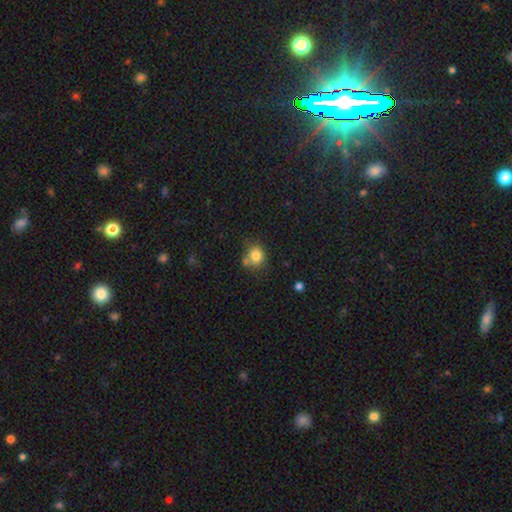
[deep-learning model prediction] A smooth galaxy with no disk features (81%) that is round (74%).

Vote fractions:
- Smooth or featured? smooth: 81% / star or artifact: 11% / featured or disk: 8%
- How rounded? round: 74% / in between: 26% / cigar-shaped: 1%
- Merging? none: 60% / merger: 18% / minor disturbance: 17% / major disturbance: 5%